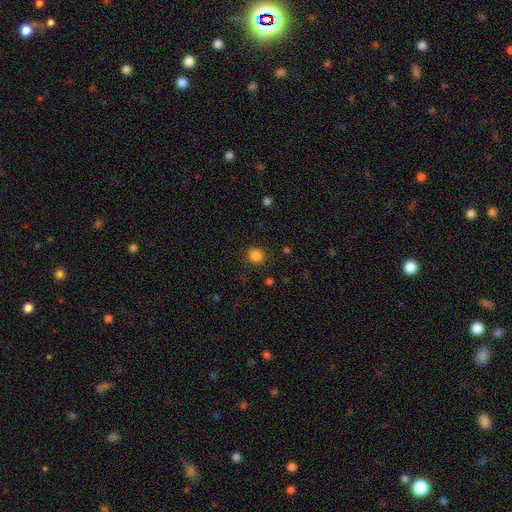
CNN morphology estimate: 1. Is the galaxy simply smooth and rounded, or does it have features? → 85% smooth, 12% star or artifact, 3% featured or disk.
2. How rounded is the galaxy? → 86% round, 13% in between, 1% cigar-shaped.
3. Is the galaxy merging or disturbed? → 89% none, 7% minor disturbance, 3% major disturbance, 1% merger.